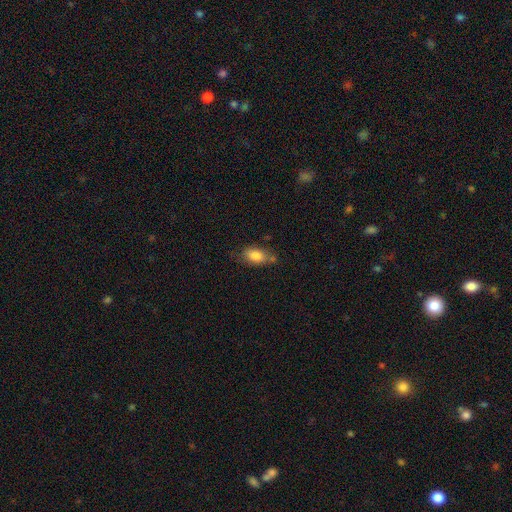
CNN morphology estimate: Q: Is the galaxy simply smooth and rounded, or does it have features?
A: smooth — 82%.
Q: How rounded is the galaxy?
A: in between — 88%.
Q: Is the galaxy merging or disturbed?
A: none — 58%.